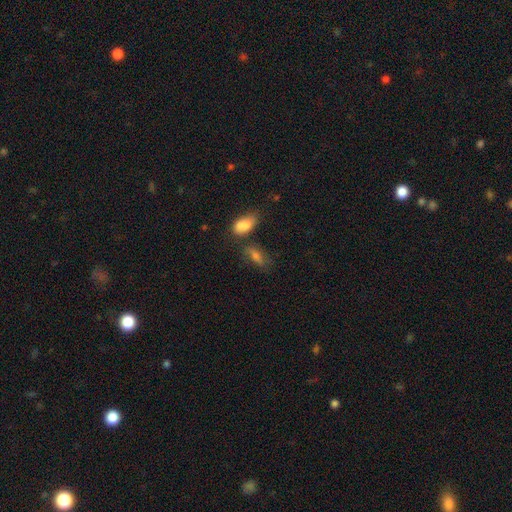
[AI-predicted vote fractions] Smooth or featured? smooth (64%)
How rounded? in between (72%)
Merging? none (50%)